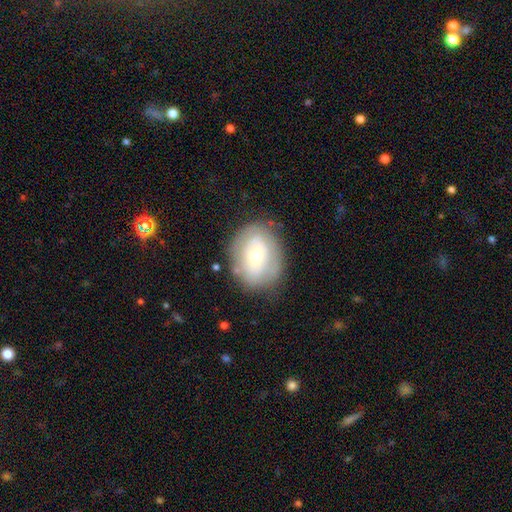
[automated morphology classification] featured or disk 46% (tied), smooth 46% (tied), star or artifact 8%. Down the decision tree: merging — none (75%).